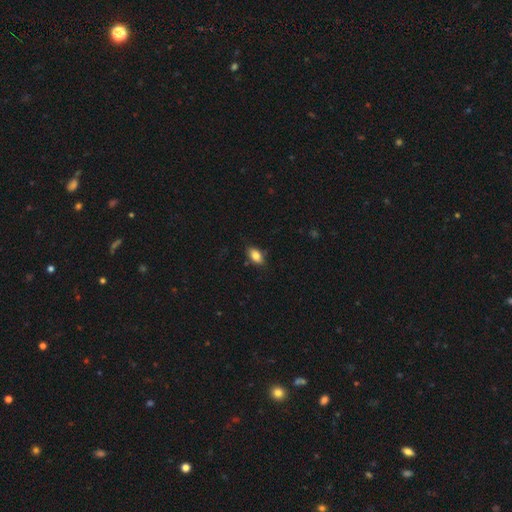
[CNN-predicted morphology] Overall: smooth (83%). How rounded: in between (90%). Merging: none (80%).